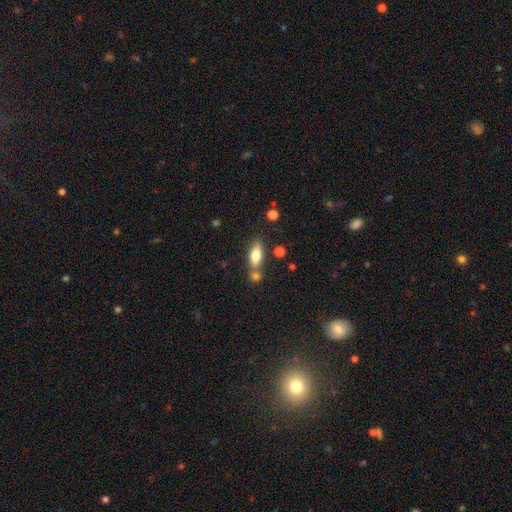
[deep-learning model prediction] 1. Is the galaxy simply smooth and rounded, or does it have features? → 73% smooth, 20% featured or disk, 8% star or artifact.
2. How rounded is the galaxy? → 70% in between, 25% cigar-shaped, 4% round.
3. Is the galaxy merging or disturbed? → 60% none, 23% merger, 13% minor disturbance, 4% major disturbance.